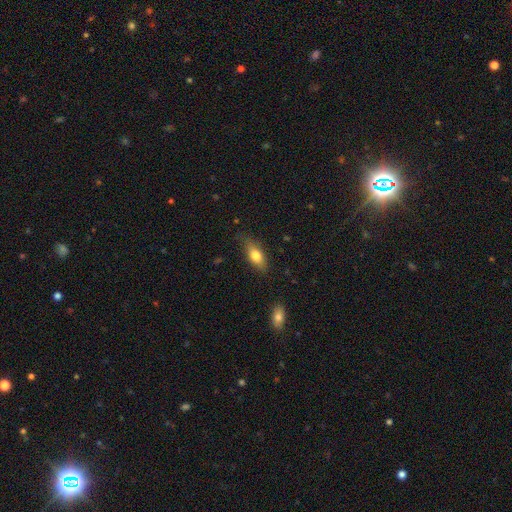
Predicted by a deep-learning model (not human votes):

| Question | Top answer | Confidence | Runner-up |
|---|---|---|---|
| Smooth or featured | smooth | 74% | featured or disk (19%) |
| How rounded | in between | 76% | cigar-shaped (20%) |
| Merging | none | 76% | minor disturbance (18%) |